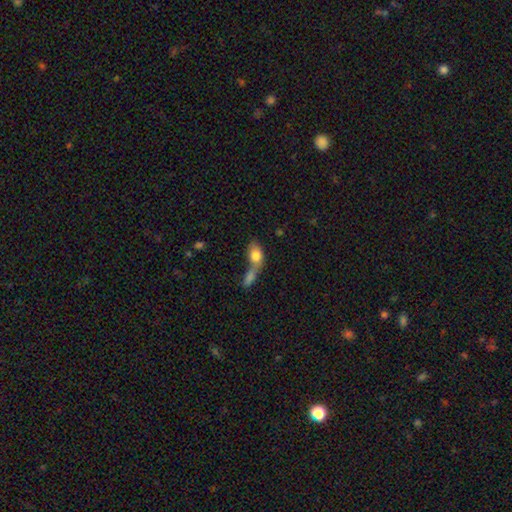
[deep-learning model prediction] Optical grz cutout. It shows a smooth galaxy with no disk features (77%) that is in between round and cigar-shaped (76%). Merging: merger (66%).